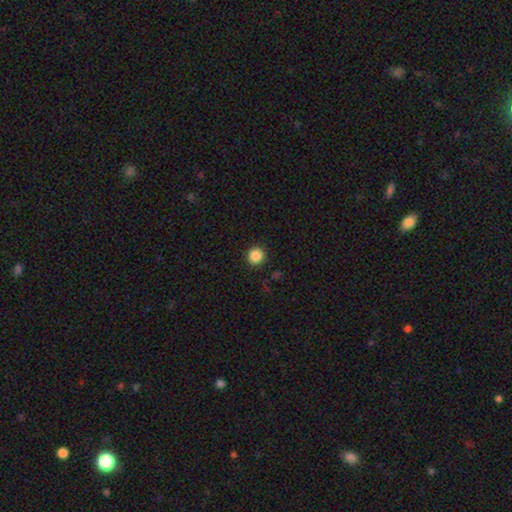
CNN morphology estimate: Q: Smooth or featured?
A: smooth (86%); runner-up: star or artifact (10%)
Q: How rounded?
A: round (94%); runner-up: in between (5%)
Q: Merging?
A: none (92%); runner-up: minor disturbance (5%)